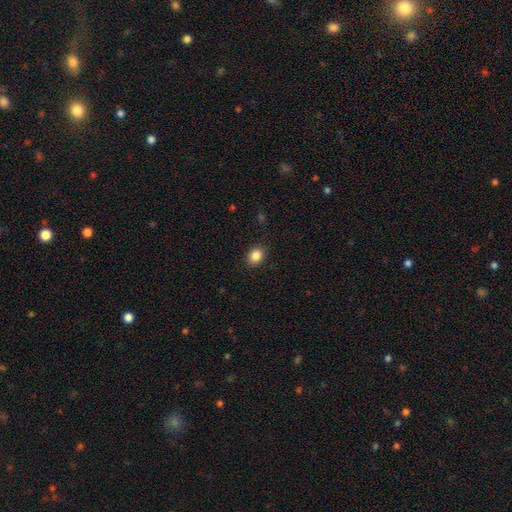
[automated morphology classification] A smooth galaxy with no disk features (86%) that is in between round and cigar-shaped (51%). Merging: none (89%).